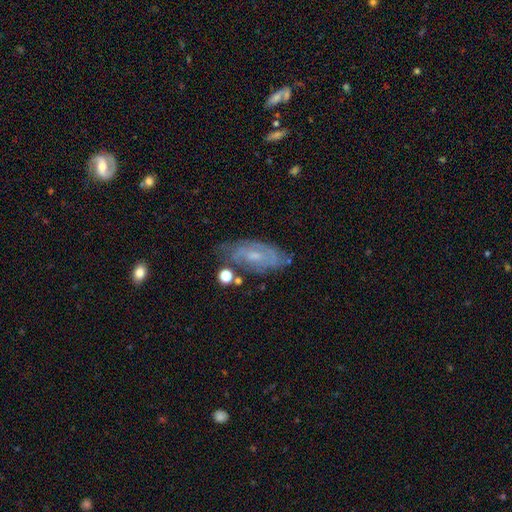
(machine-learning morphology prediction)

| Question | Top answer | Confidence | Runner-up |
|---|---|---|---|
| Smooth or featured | featured or disk | 68% | smooth (24%) |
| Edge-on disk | no | 90% | yes (10%) |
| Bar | no | 48% | weak (43%) |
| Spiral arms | yes | 83% | no (17%) |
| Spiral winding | tight | 50% | medium (37%) |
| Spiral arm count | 2 | 45% | can't tell (38%) |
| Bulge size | small | 60% | moderate (28%) |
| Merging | none | 63% | minor disturbance (23%) |